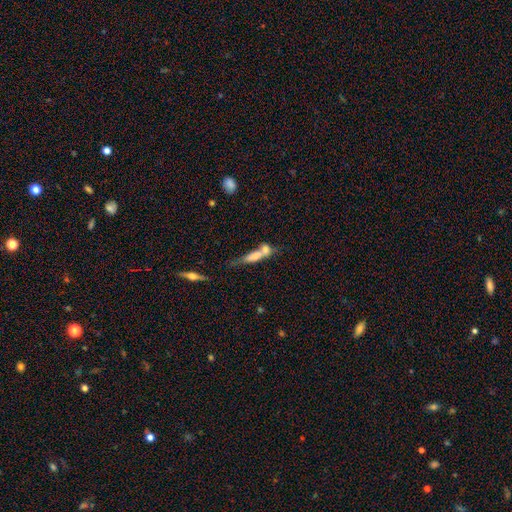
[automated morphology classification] type=smooth (59%); roundness=cigar-shaped (57%); merging=merger (60%).